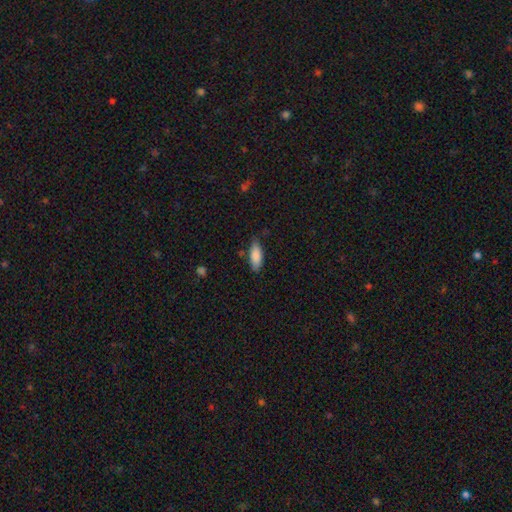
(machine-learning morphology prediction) A smooth galaxy with no disk features (86%) that is in between round and cigar-shaped (76%). Merging: none (77%).